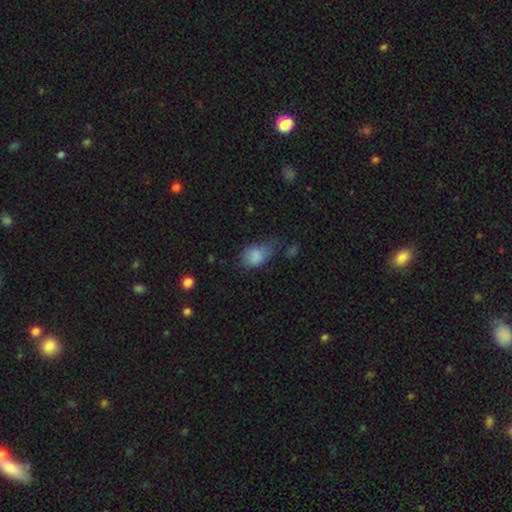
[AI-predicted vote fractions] Smooth or featured?
  - smooth: 81% *
  - star or artifact: 10%
  - featured or disk: 9%
How rounded?
  - in between: 82% *
  - round: 16%
  - cigar-shaped: 2%
Merging?
  - minor disturbance: 38% *
  - none: 36%
  - major disturbance: 21%
  - merger: 5%